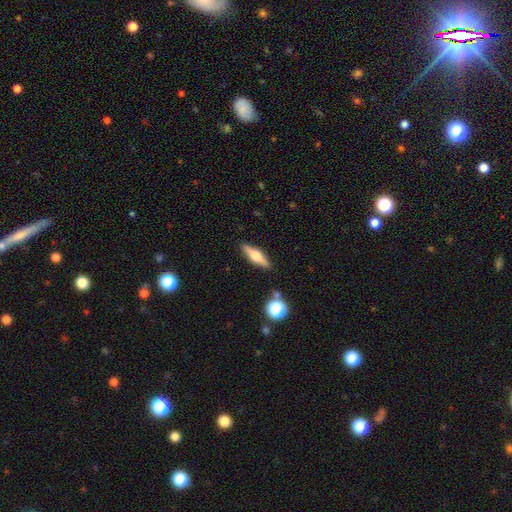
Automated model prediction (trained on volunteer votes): Smooth or featured? featured or disk (50%)
Edge-on disk? yes (93%)
Merging? none (87%)